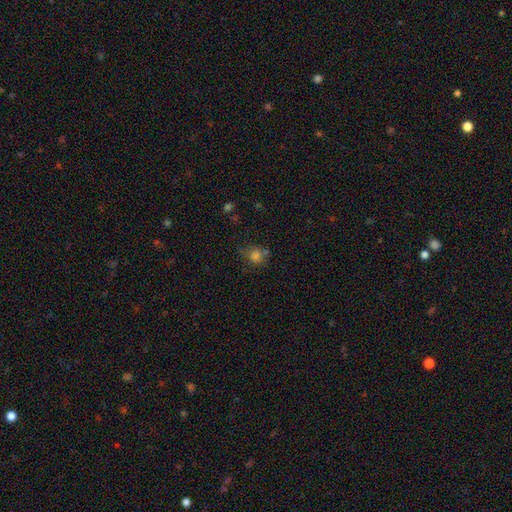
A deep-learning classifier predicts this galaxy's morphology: smooth_or_featured: smooth (p=0.74) [alt: star or artifact p=0.17]
how_rounded: round (p=0.75) [alt: in between p=0.23]
merging: none (p=0.62) [alt: minor disturbance p=0.21]